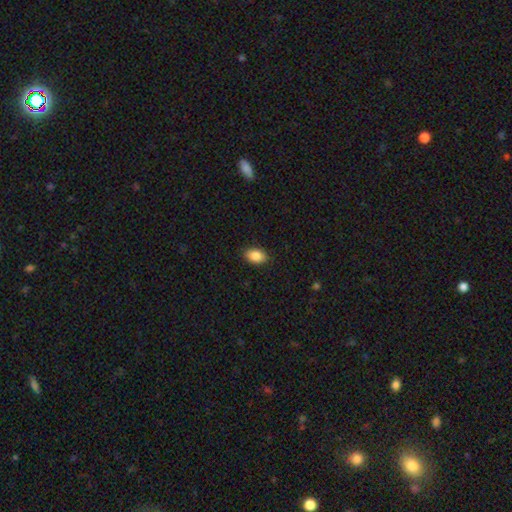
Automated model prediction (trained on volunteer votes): Overall: smooth (87%). How rounded: in between (87%). Merging: none (87%).